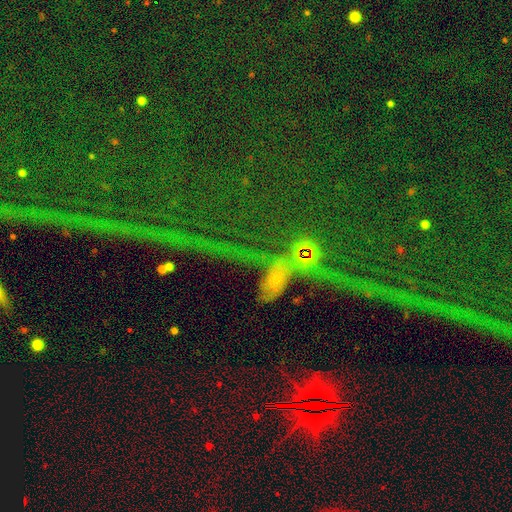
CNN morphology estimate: This appears to be a star or artifact, not a galaxy (76%).